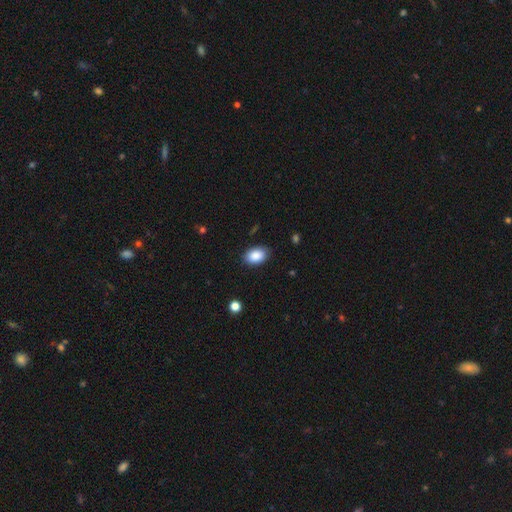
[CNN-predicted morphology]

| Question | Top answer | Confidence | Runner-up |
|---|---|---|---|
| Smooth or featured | smooth | 88% | star or artifact (7%) |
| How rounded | in between | 88% | round (11%) |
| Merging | none | 84% | minor disturbance (12%) |